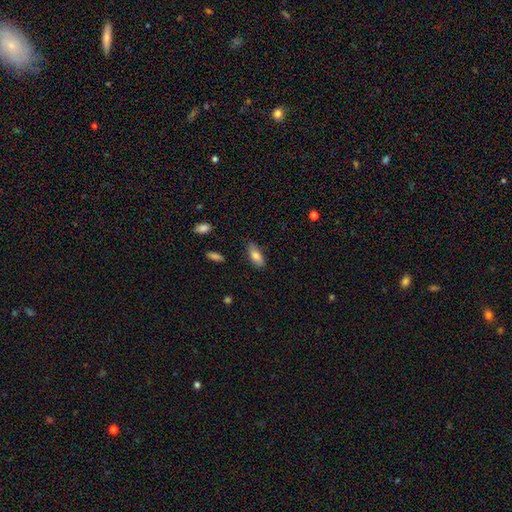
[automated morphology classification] Smooth or featured?
  - smooth: 80% *
  - featured or disk: 13%
  - star or artifact: 7%
How rounded?
  - in between: 80% *
  - cigar-shaped: 17%
  - round: 2%
Merging?
  - none: 77% *
  - minor disturbance: 18%
  - major disturbance: 3%
  - merger: 2%